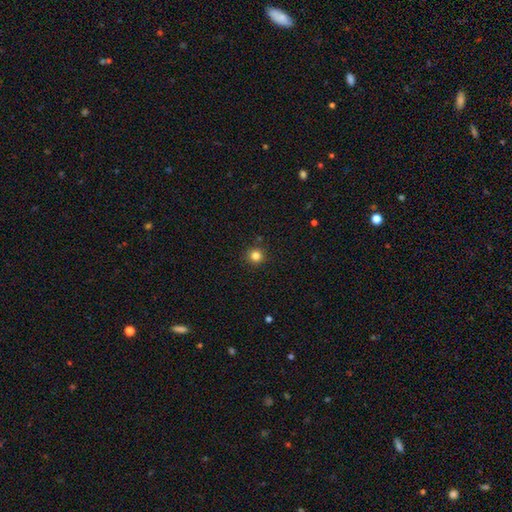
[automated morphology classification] smooth-or-featured: smooth: 82% | star or artifact: 13% | featured or disk: 5%
  how-rounded: round: 94% | in between: 5% | cigar-shaped: 1%
  merging: none: 89% | minor disturbance: 7% | merger: 2% | major disturbance: 2%